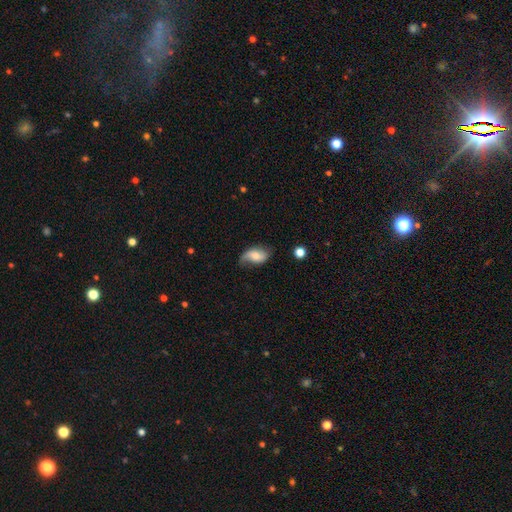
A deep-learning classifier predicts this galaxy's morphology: Smooth or featured: smooth — 47% (featured or disk — 45%)
Merging: none — 53% (minor disturbance — 32%)